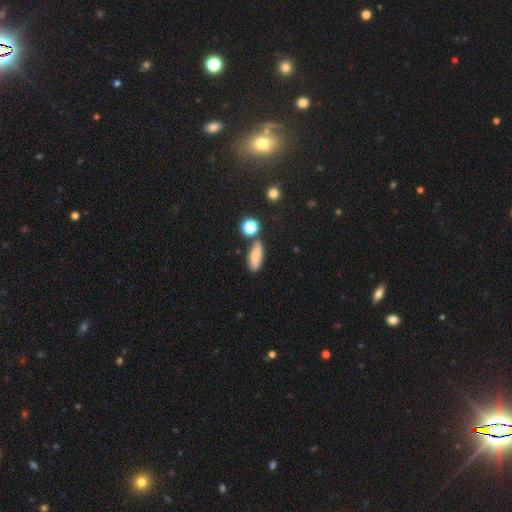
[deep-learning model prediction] Morphology: type=smooth (80%); roundness=in between (69%); merging=none (68%).